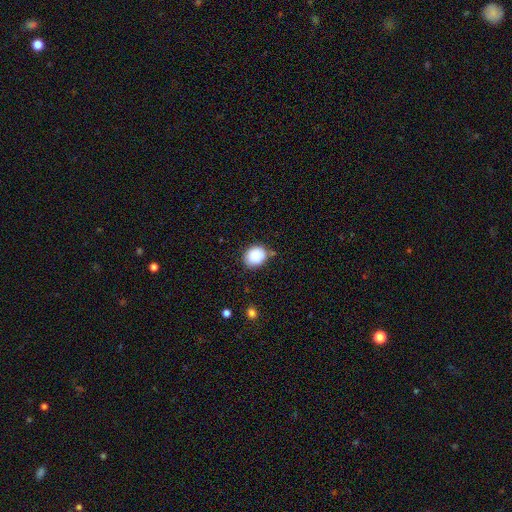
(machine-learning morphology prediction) Smooth or featured?
  - smooth: 88% *
  - star or artifact: 8%
  - featured or disk: 4%
How rounded?
  - round: 65% *
  - in between: 34%
  - cigar-shaped: 1%
Merging?
  - none: 78% *
  - minor disturbance: 16%
  - major disturbance: 3%
  - merger: 3%